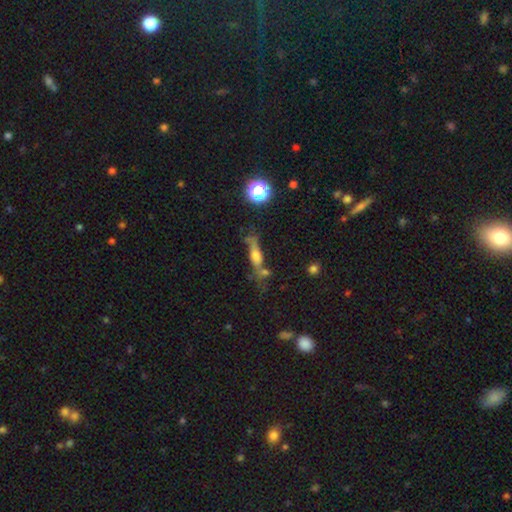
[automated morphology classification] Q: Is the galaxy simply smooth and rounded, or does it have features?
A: smooth — 46%.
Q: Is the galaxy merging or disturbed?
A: none — 43%.